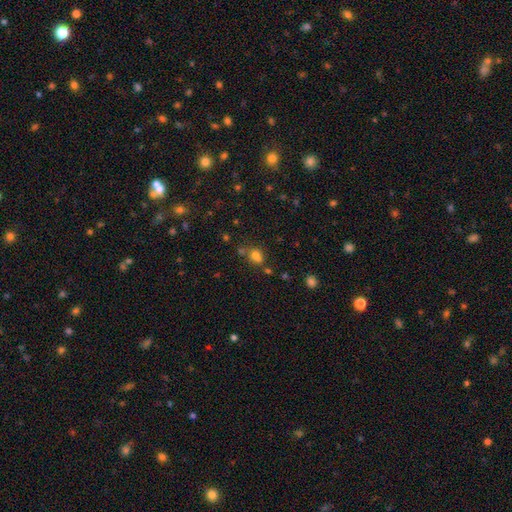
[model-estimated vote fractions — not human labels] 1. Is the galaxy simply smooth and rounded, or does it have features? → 70% smooth, 20% star or artifact, 10% featured or disk.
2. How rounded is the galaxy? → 51% round, 47% in between, 2% cigar-shaped.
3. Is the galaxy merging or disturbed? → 50% none, 28% merger, 16% minor disturbance, 6% major disturbance.